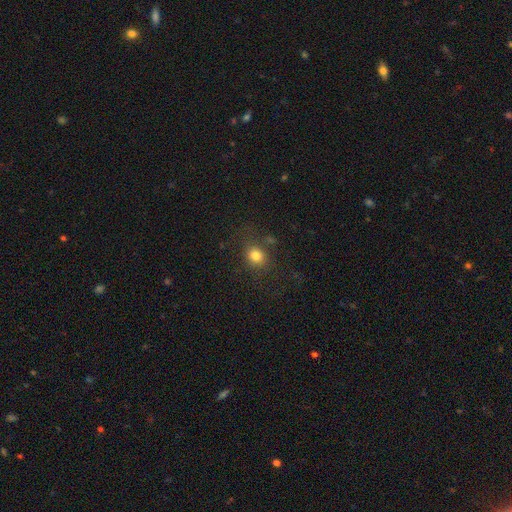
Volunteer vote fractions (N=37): Morphology: type=smooth (84%); roundness=round (65%); merging=none (68%).